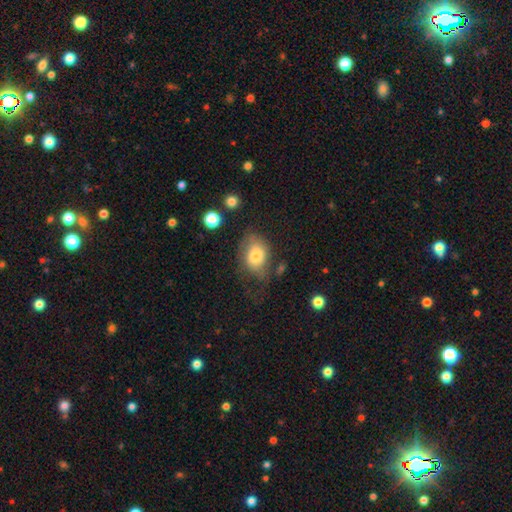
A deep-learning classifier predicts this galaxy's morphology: The model was most divided on "merging": none: 46%, minor disturbance: 28%, major disturbance: 22%, merger: 4%. More confident: smooth or featured — smooth (74%); how rounded — in between (72%).